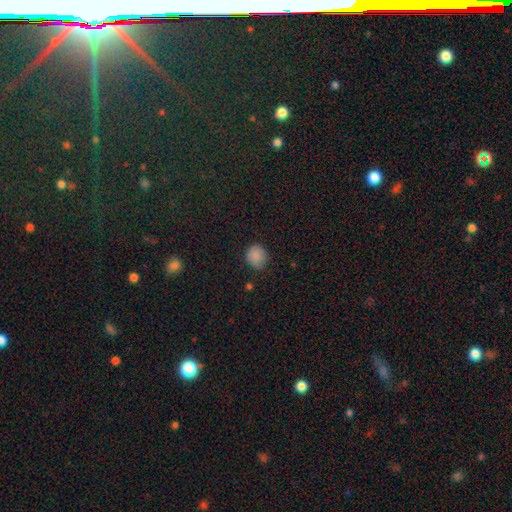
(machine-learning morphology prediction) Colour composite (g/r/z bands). It shows a smooth galaxy with no disk features (86%) that is round (80%). Merging: none (80%).